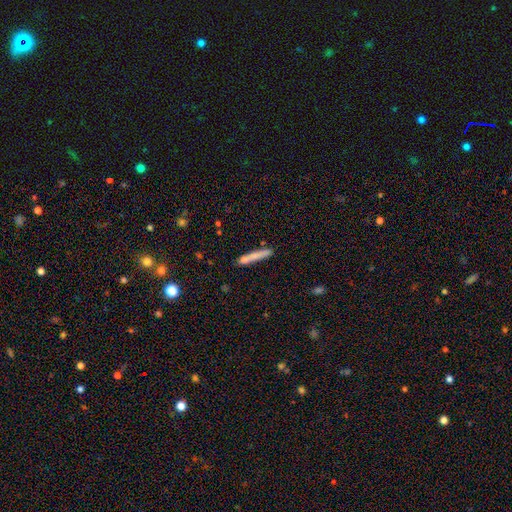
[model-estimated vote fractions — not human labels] Smooth or featured: smooth — 71% (featured or disk — 21%)
How rounded: cigar-shaped — 93% (in between — 5%)
Merging: none — 69% (minor disturbance — 15%)